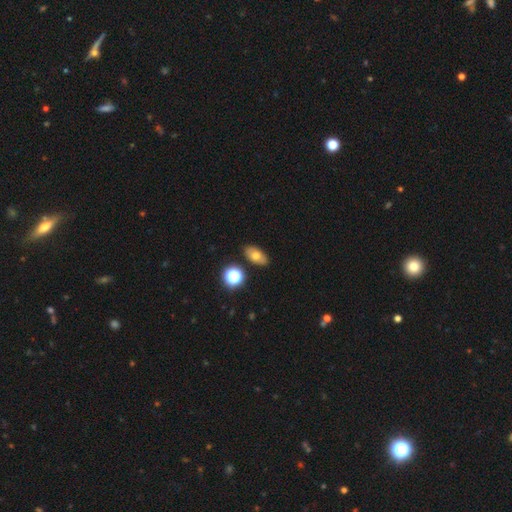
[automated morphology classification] smooth_or_featured: smooth (p=0.68) [alt: featured or disk p=0.19]
how_rounded: in between (p=0.85) [alt: round p=0.11]
merging: none (p=0.84) [alt: minor disturbance p=0.10]